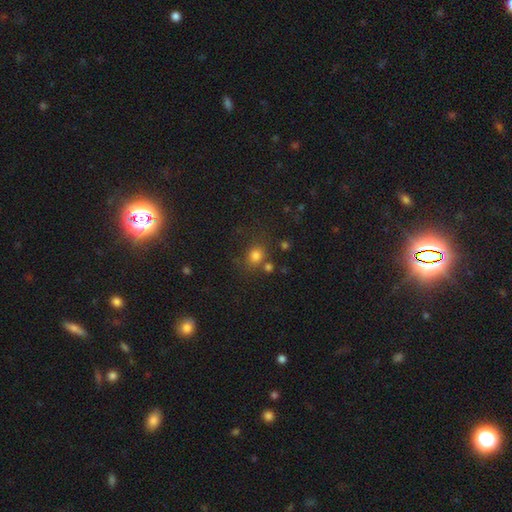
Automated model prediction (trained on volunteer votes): smooth-or-featured: smooth: 78% | star or artifact: 15% | featured or disk: 7%
  how-rounded: round: 73% | in between: 26% | cigar-shaped: 1%
  merging: none: 67% | merger: 14% | minor disturbance: 13% | major disturbance: 6%